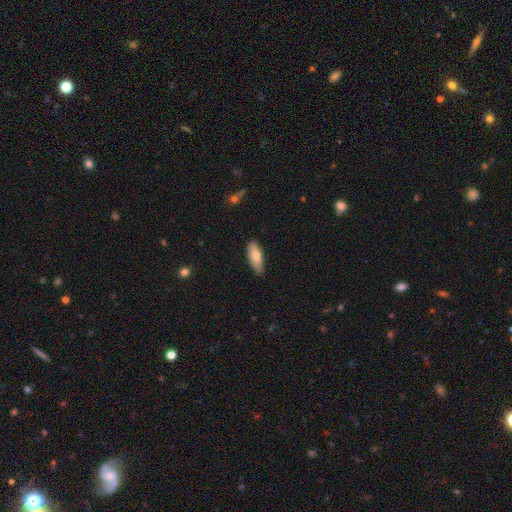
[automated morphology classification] Smooth or featured? Predicted: smooth (p=0.77). How rounded? Predicted: in between (p=0.70). Merging? Predicted: none (p=0.79).